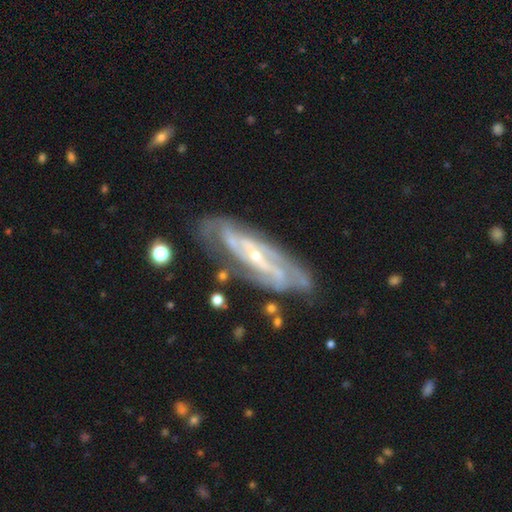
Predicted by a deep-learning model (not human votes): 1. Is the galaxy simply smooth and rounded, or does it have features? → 86% featured or disk, 8% smooth, 6% star or artifact.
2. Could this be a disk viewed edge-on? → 82% no, 18% yes.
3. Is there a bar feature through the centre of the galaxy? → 43% strong, 29% weak, 28% no.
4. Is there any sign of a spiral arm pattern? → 93% yes, 7% no.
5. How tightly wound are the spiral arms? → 53% tight, 36% medium, 11% loose.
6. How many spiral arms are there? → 48% 2, 29% can't tell, 11% 3, 5% 4, 4% 1, 4% more than 4.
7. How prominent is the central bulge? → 77% small, 19% moderate, 2% none, 1% large, 1% dominant.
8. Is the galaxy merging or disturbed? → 73% none, 18% minor disturbance, 7% major disturbance, 3% merger.